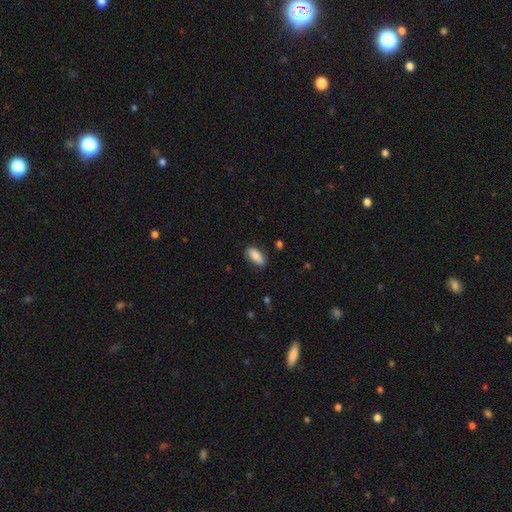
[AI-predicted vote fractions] A smooth galaxy with no disk features (79%) that is in between round and cigar-shaped (86%). Merging: none (78%).